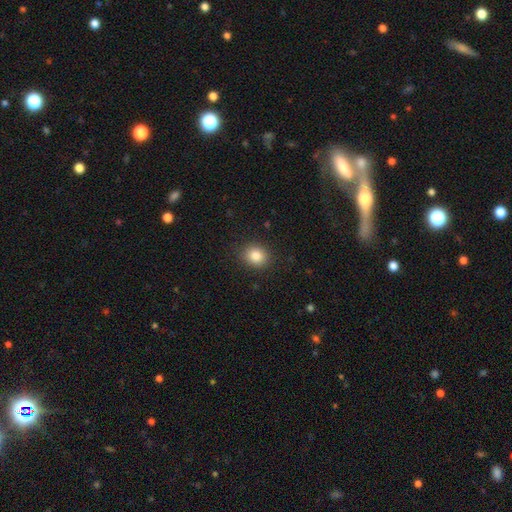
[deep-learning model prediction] This is clearly a smooth galaxy (85%). How rounded: likely round (66%). Merging: clearly none (87%).